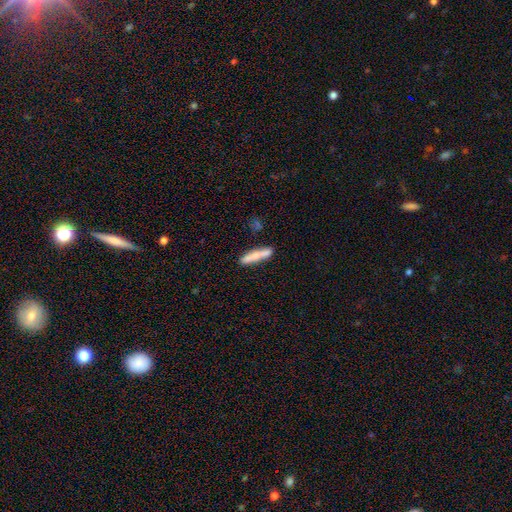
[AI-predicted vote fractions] The model was most divided on "smooth or featured": smooth: 73%, featured or disk: 21%, star or artifact: 6%. More confident: how rounded — cigar-shaped (91%); merging — none (77%).